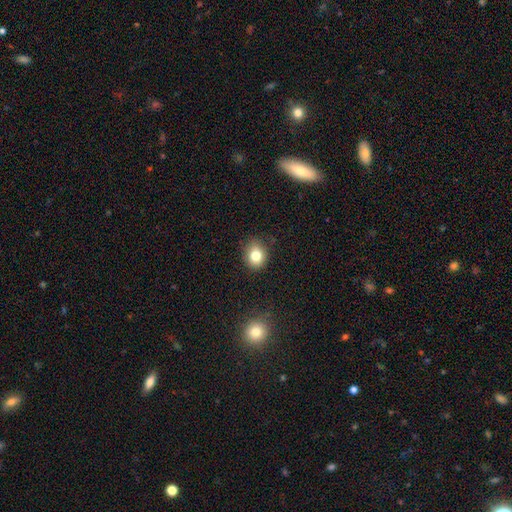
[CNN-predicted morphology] Overall: smooth (80%). How rounded: round (68%; in between 31%). Merging: none (84%).